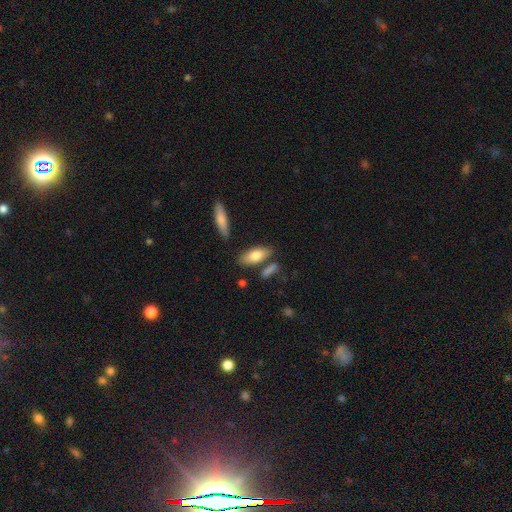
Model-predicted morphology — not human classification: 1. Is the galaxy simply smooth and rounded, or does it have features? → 76% smooth, 18% featured or disk, 6% star or artifact.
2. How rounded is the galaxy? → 74% in between, 23% cigar-shaped, 3% round.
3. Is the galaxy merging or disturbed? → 74% none, 13% minor disturbance, 10% merger, 3% major disturbance.